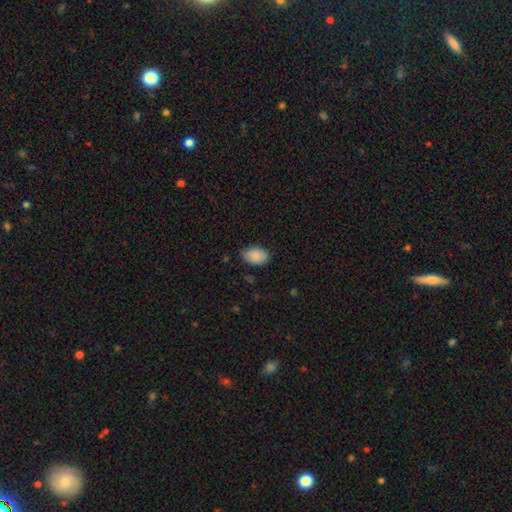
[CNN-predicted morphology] smooth_or_featured: smooth (p=0.88) [alt: star or artifact p=0.07]
how_rounded: in between (p=0.89) [alt: round p=0.10]
merging: none (p=0.74) [alt: minor disturbance p=0.21]